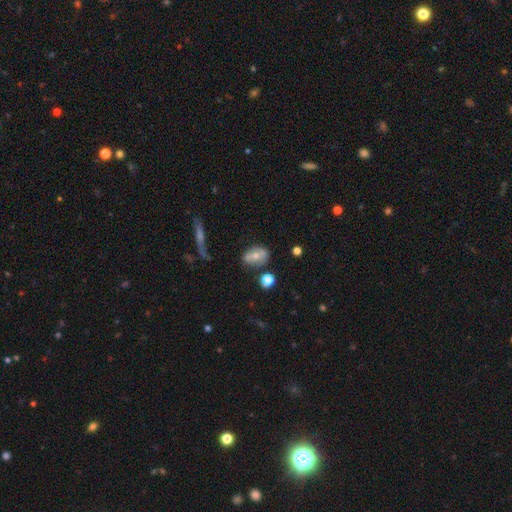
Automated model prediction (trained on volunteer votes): Q: Smooth or featured?
A: smooth (57%); runner-up: featured or disk (33%)
Q: How rounded?
A: in between (75%); runner-up: round (22%)
Q: Merging?
A: none (63%); runner-up: minor disturbance (20%)